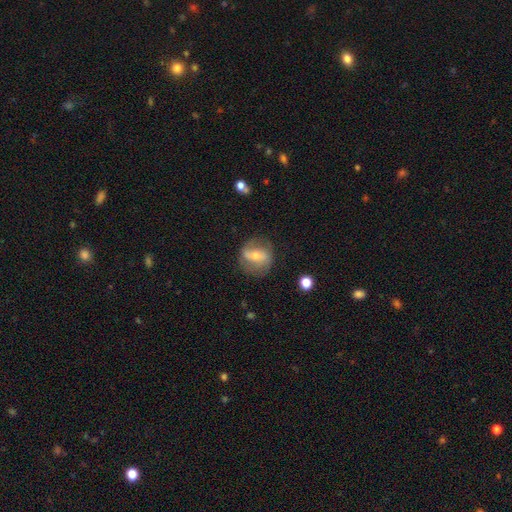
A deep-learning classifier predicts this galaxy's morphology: type=featured or disk (66%); edge-on=no (95%); bar=strong (38%); spiral arms=yes (80%); bulge=moderate (47%, tied with small); merging=none (71%).